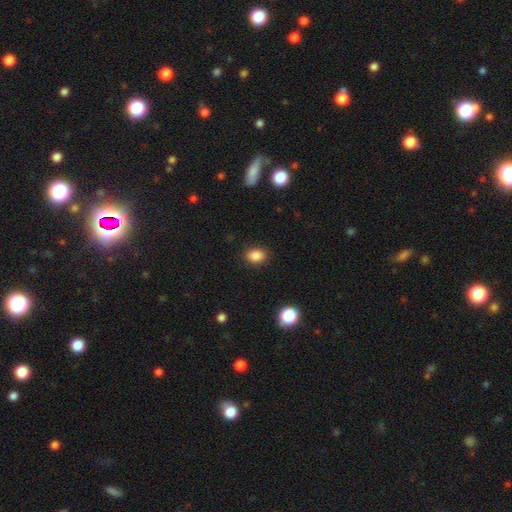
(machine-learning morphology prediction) A smooth galaxy with no disk features (86%) that is in between round and cigar-shaped (59%). Merging: none (88%).